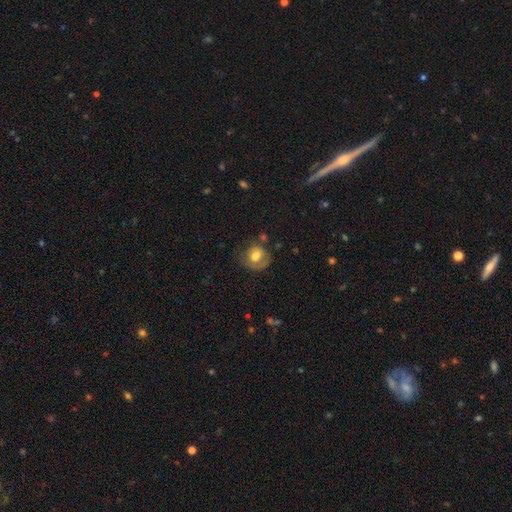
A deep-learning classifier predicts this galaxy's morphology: Overall: smooth (63%; featured or disk 28%). How rounded: round (67%; in between 32%). Merging: none (53%; minor disturbance 25%).